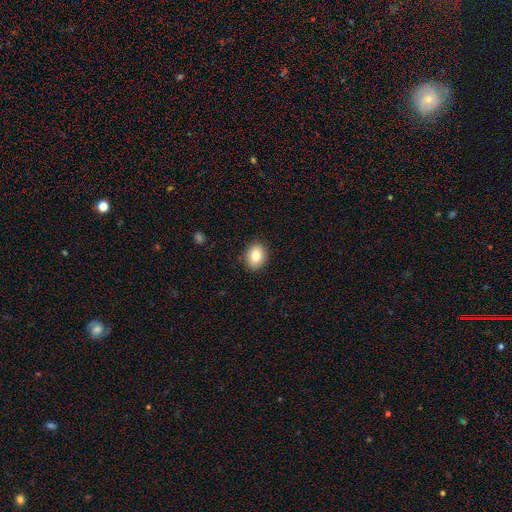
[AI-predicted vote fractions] The model was most divided on "how rounded": in between: 60%, round: 39%, cigar-shaped: 1%. More confident: merging — none (89%); smooth or featured — smooth (84%).